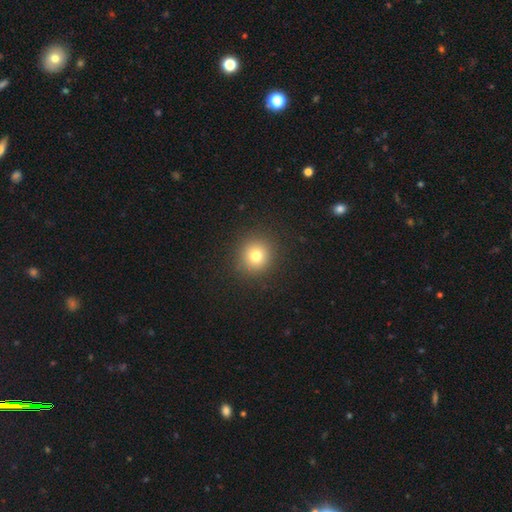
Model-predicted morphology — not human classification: type=smooth (76%); roundness=round (91%); merging=none (91%).